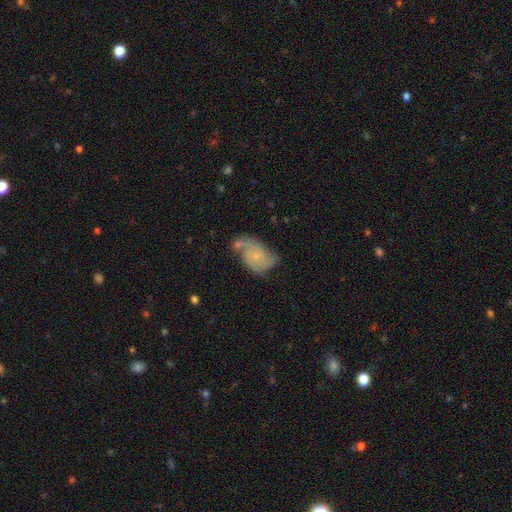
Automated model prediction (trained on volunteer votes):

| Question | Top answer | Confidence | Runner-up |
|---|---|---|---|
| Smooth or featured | featured or disk | 70% | smooth (23%) |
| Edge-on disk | no | 97% | yes (3%) |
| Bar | no | 72% | weak (25%) |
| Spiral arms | yes | 91% | no (9%) |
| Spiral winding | medium | 45% | loose (28%) |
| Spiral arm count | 2 | 65% | can't tell (13%) |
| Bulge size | small | 65% | moderate (17%) |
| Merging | none | 44% | minor disturbance (27%) |